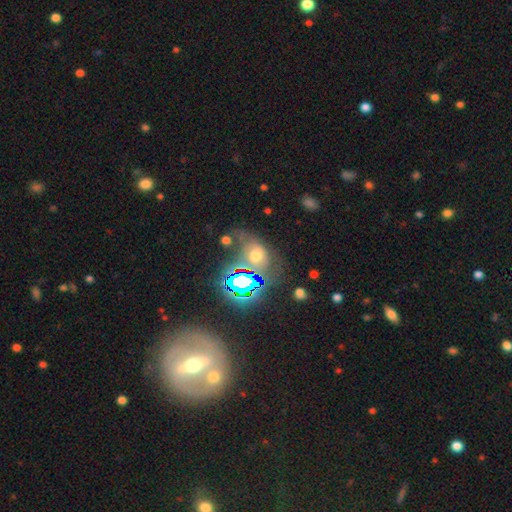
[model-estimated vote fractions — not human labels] Smooth or featured? smooth (44%)
Merging? none (45%)